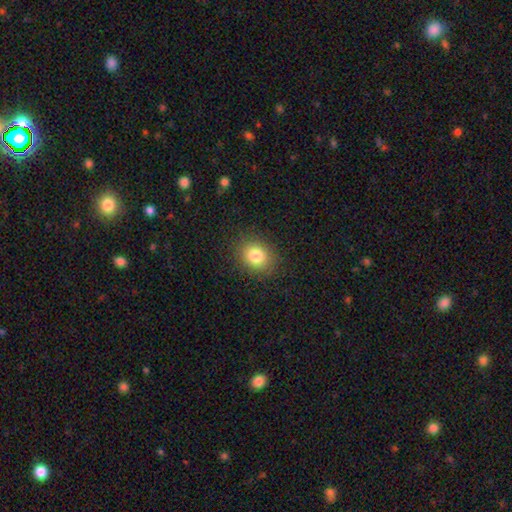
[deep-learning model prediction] smooth 82%, star or artifact 11%, featured or disk 7%. Down the decision tree: how rounded — round (62%); merging — none (88%).